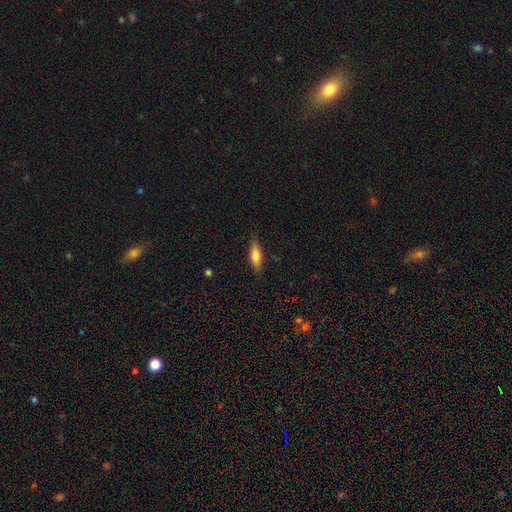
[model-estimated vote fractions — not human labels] Smooth or featured? Predicted: smooth (p=0.76). How rounded? Predicted: in between (p=0.55). Merging? Predicted: none (p=0.86).